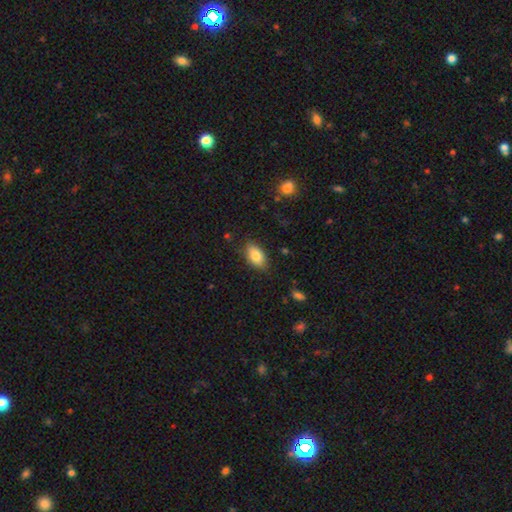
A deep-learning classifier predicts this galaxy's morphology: Smooth or featured?
  - smooth: 83% *
  - featured or disk: 10%
  - star or artifact: 7%
How rounded?
  - in between: 92% *
  - round: 5%
  - cigar-shaped: 3%
Merging?
  - none: 82% *
  - minor disturbance: 14%
  - major disturbance: 3%
  - merger: 1%